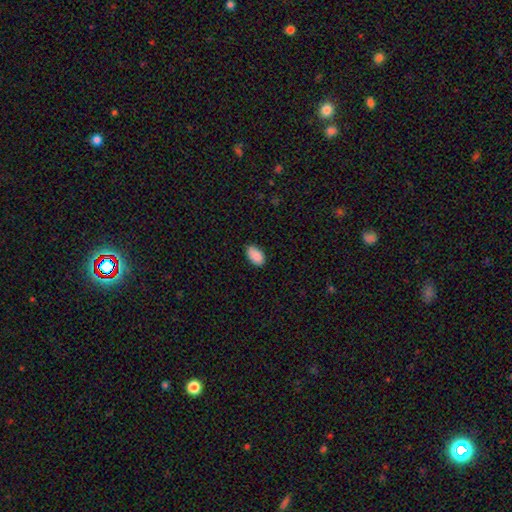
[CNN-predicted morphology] Smooth or featured? smooth (89%)
How rounded? in between (94%)
Merging? none (81%)